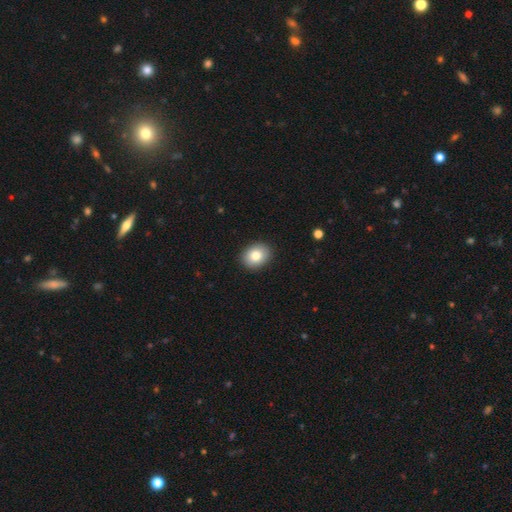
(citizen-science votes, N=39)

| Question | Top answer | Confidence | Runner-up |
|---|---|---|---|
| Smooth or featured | smooth | 82% | featured or disk (13%) |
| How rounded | in between | 59% | round (41%) |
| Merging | none | 95% | major disturbance (5%) |